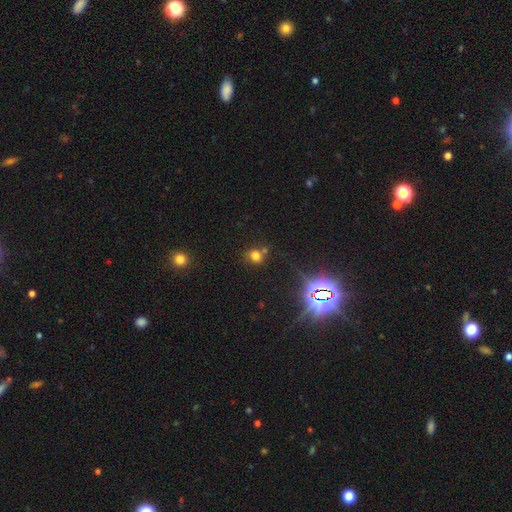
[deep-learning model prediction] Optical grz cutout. It shows a smooth galaxy with no disk features (69%) that is round (75%). Merging: none (61%).